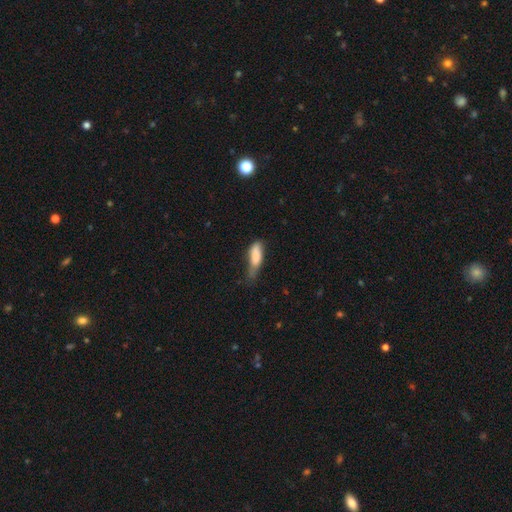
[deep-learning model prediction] Smooth or featured?
  - smooth: 79% *
  - featured or disk: 14%
  - star or artifact: 7%
How rounded?
  - in between: 57% *
  - cigar-shaped: 41%
  - round: 2%
Merging?
  - minor disturbance: 44% *
  - none: 32%
  - major disturbance: 21%
  - merger: 4%